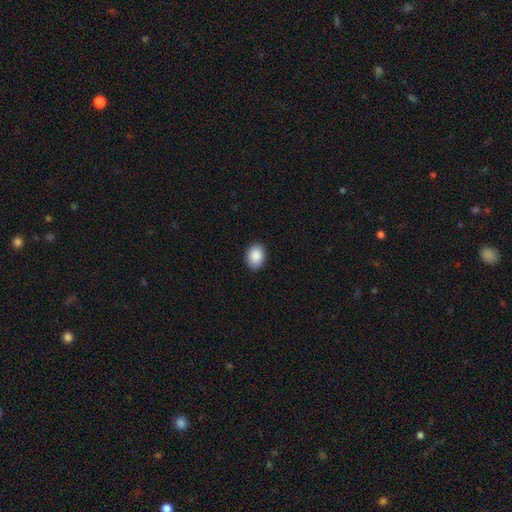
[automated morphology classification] Q: Smooth or featured?
A: smooth (89%); runner-up: star or artifact (7%)
Q: How rounded?
A: in between (72%); runner-up: round (27%)
Q: Merging?
A: none (89%); runner-up: minor disturbance (8%)